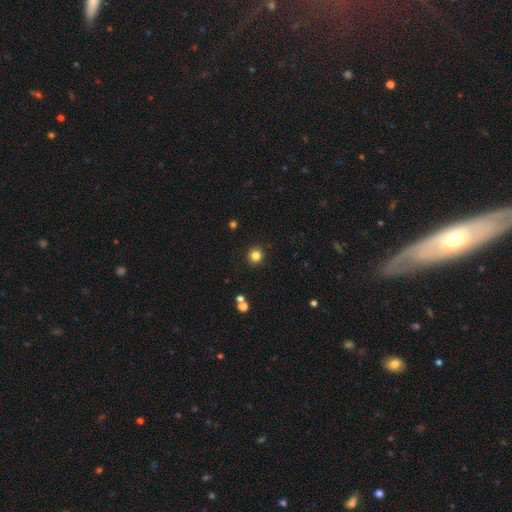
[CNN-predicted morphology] smooth-or-featured: smooth: 82% | star or artifact: 13% | featured or disk: 5%
  how-rounded: round: 94% | in between: 5% | cigar-shaped: 1%
  merging: none: 92% | minor disturbance: 5% | major disturbance: 2% | merger: 1%